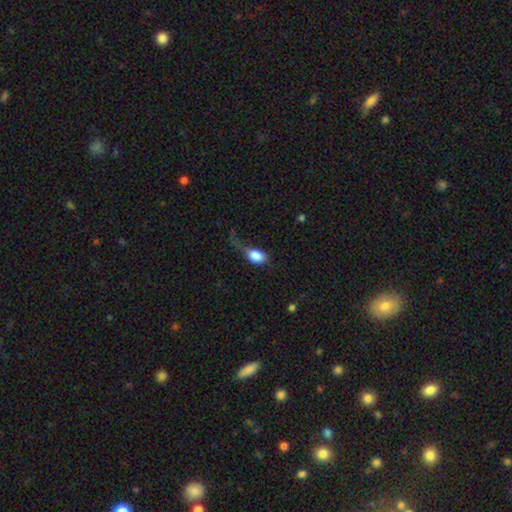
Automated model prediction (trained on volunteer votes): Smooth or featured: smooth — 82% (featured or disk — 11%)
How rounded: in between — 88% (round — 9%)
Merging: major disturbance — 50% (minor disturbance — 22%)